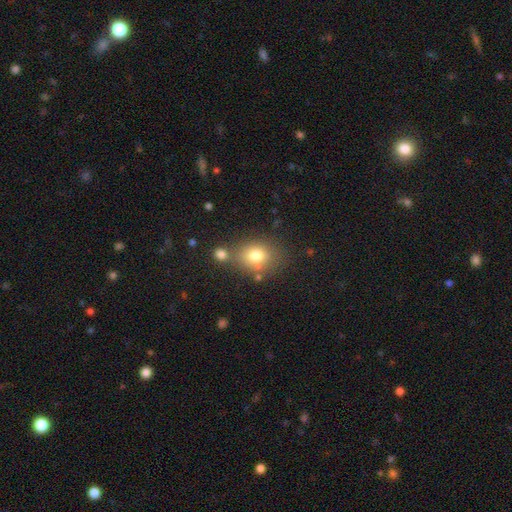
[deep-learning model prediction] Morphology: type=smooth (76%); roundness=round (54%); merging=none (61%).